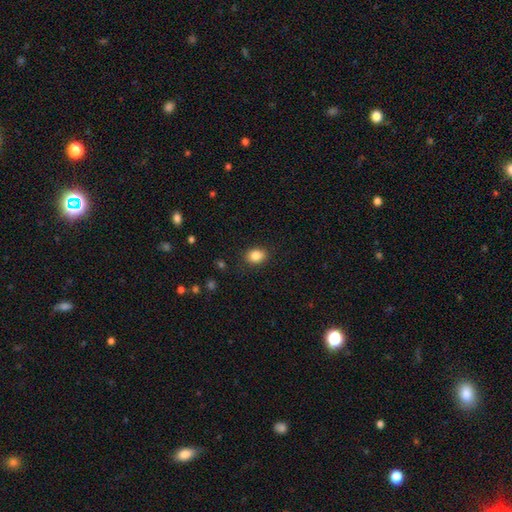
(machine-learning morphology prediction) type=smooth (85%); roundness=in between (64%); merging=none (86%).